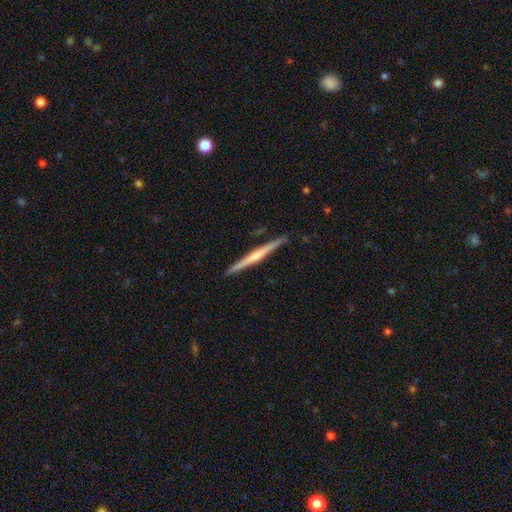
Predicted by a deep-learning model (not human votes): Smooth or featured? Predicted: featured or disk (p=0.70). Edge-on disk? Predicted: yes (p=0.98). Edge-on bulge? Predicted: rounded (p=0.55). Merging? Predicted: none (p=0.91).